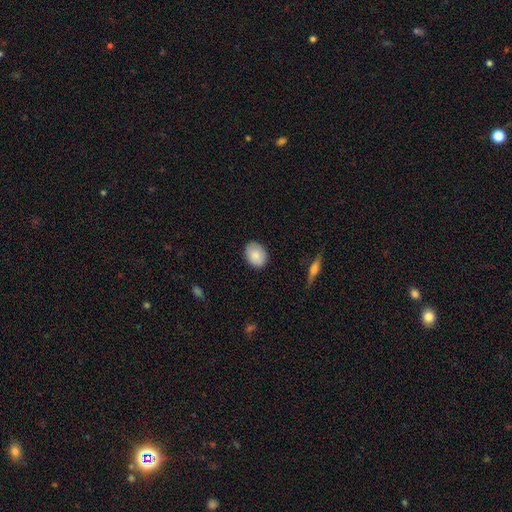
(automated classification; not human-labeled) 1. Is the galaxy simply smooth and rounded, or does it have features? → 85% smooth, 9% featured or disk, 7% star or artifact.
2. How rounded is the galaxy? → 61% in between, 38% round, 1% cigar-shaped.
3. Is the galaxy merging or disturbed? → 85% none, 11% minor disturbance, 2% major disturbance, 1% merger.